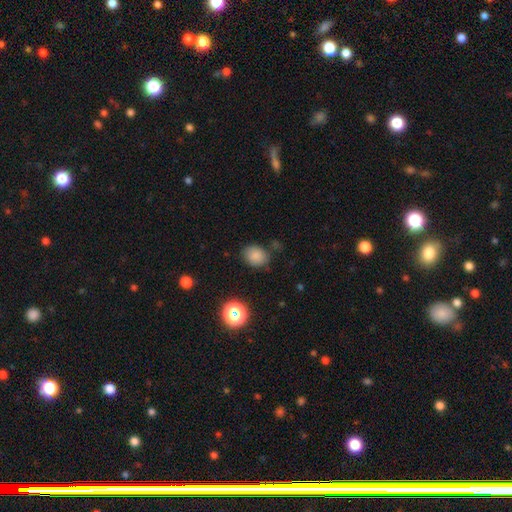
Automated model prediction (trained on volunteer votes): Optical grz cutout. It shows a smooth galaxy with no disk features (83%) that is in between round and cigar-shaped (52%). Merging: none (78%).